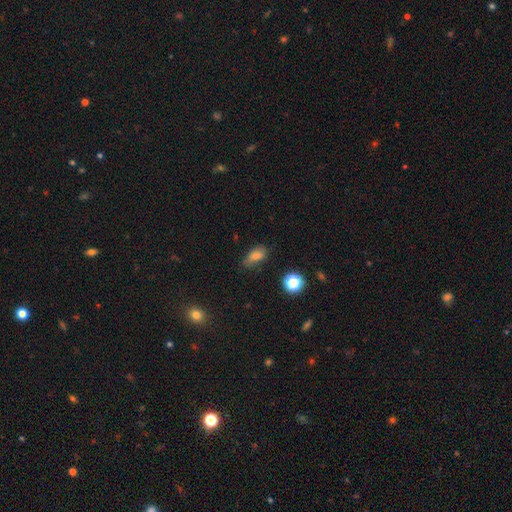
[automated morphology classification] The model was most divided on "merging": none: 65%, minor disturbance: 26%, major disturbance: 7%, merger: 3%. More confident: how rounded — in between (83%); smooth or featured — smooth (73%).